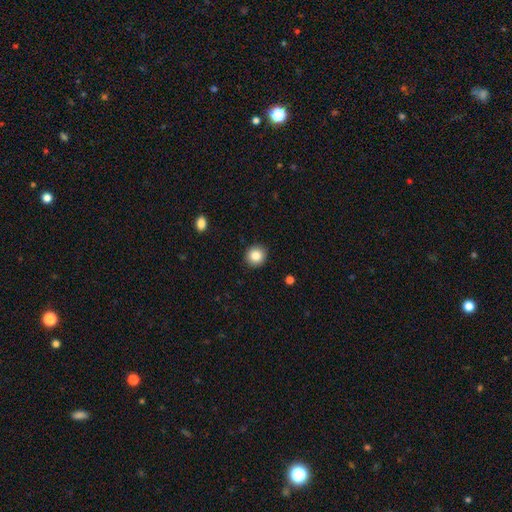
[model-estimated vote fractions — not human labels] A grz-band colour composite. It shows a smooth galaxy with no disk features (85%) that is round (89%). Merging: none (92%).